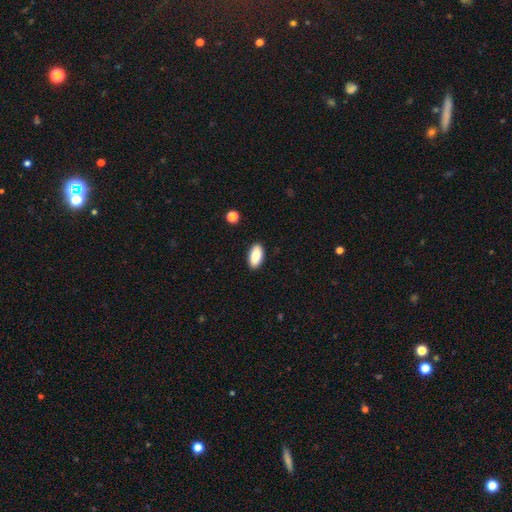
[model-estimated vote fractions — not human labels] Smooth or featured? Predicted: smooth (p=0.87). How rounded? Predicted: in between (p=0.93). Merging? Predicted: none (p=0.89).